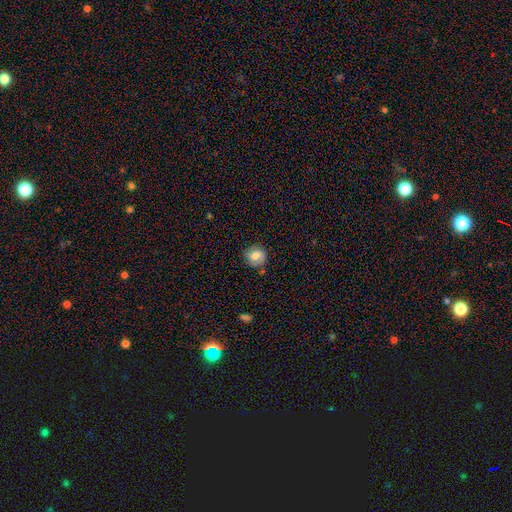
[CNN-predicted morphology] Smooth or featured?
  - smooth: 73% *
  - featured or disk: 17%
  - star or artifact: 9%
How rounded?
  - round: 86% *
  - in between: 13%
  - cigar-shaped: 1%
Merging?
  - none: 77% *
  - minor disturbance: 17%
  - major disturbance: 4%
  - merger: 3%